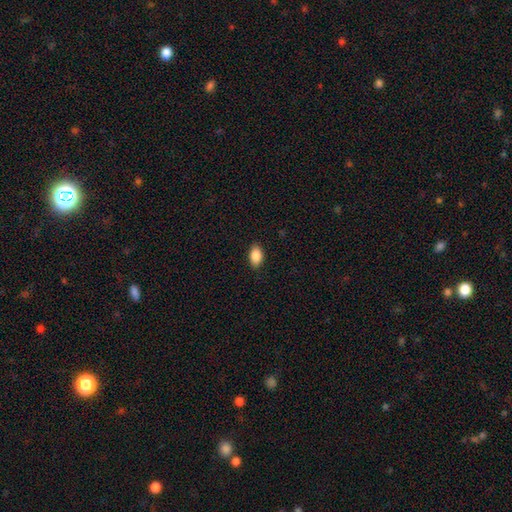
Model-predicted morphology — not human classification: Smooth or featured: smooth — 87% (star or artifact — 7%)
How rounded: in between — 91% (round — 7%)
Merging: none — 88% (minor disturbance — 9%)